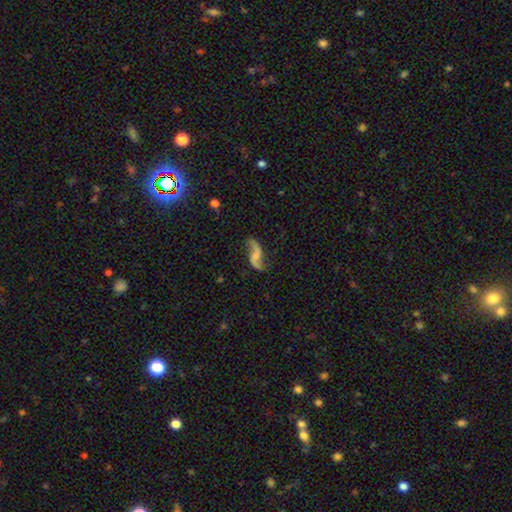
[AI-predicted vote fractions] featured or disk 83%, smooth 11%, star or artifact 7%. Down the decision tree: edge-on disk — no (96%); bar — no (50%); spiral arms — yes (95%); spiral arm count — 2 (93%); spiral winding — loose (90%); bulge size — none (61%); merging — none (75%).